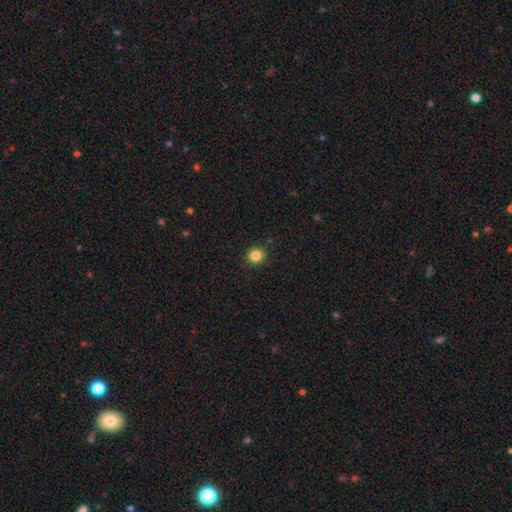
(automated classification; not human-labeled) smooth_or_featured: smooth (p=0.85) [alt: star or artifact p=0.11]
how_rounded: round (p=0.91) [alt: in between p=0.08]
merging: none (p=0.90) [alt: minor disturbance p=0.07]